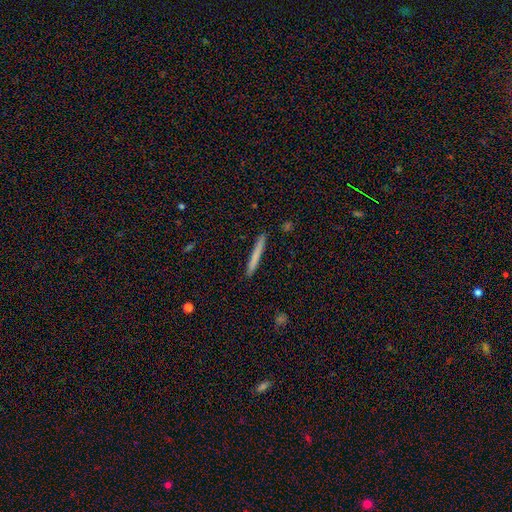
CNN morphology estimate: This is likely a smooth galaxy (72%). How rounded: clearly cigar-shaped (97%). Merging: clearly none (91%).